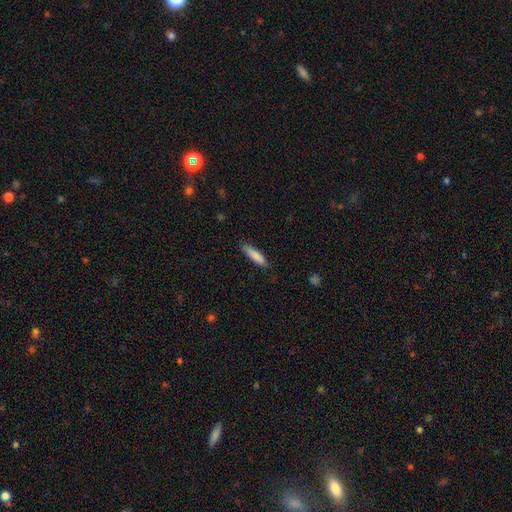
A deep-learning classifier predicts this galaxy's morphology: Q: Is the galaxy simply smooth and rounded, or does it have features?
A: smooth — 84%.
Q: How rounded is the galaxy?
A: cigar-shaped — 77%.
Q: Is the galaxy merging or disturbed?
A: none — 83%.